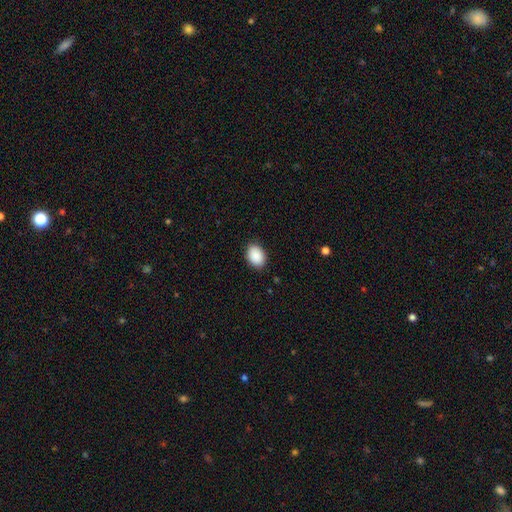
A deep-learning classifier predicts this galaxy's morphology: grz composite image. It shows a smooth galaxy with no disk features (90%) that is in between round and cigar-shaped (75%). Merging: none (89%).